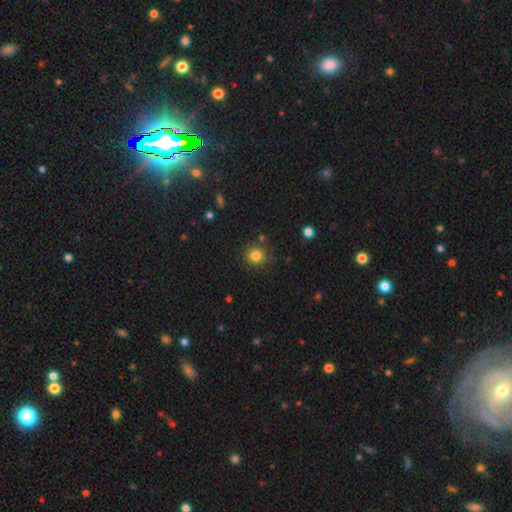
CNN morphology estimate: This appears to be a smooth galaxy with no disk features (82%) that is round (91%). Merging: none (85%).